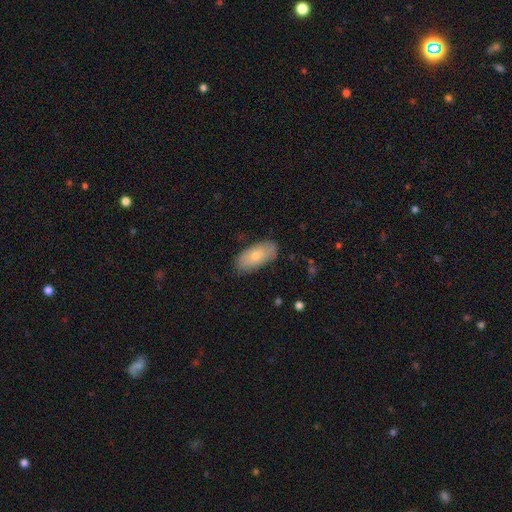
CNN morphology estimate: Overall: smooth (70%). How rounded: in between (91%). Merging: none (80%).